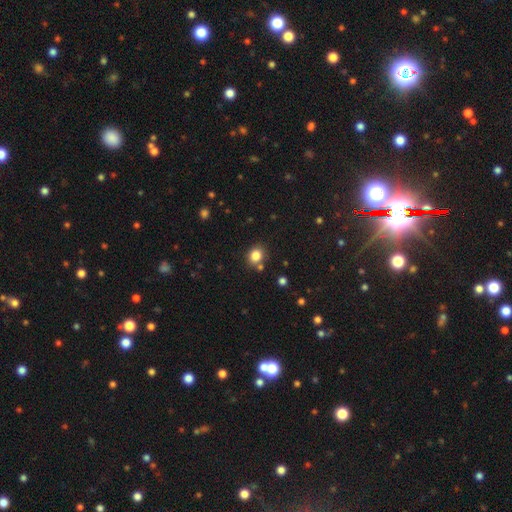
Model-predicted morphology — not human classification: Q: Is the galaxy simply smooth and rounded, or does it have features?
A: smooth — 83%.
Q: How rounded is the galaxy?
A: round — 71%.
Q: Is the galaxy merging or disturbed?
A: none — 78%.